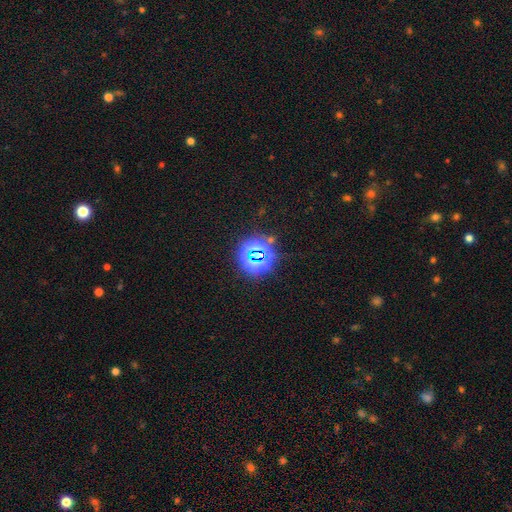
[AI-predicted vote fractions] This is likely a star or artifact rather than a galaxy (76%).